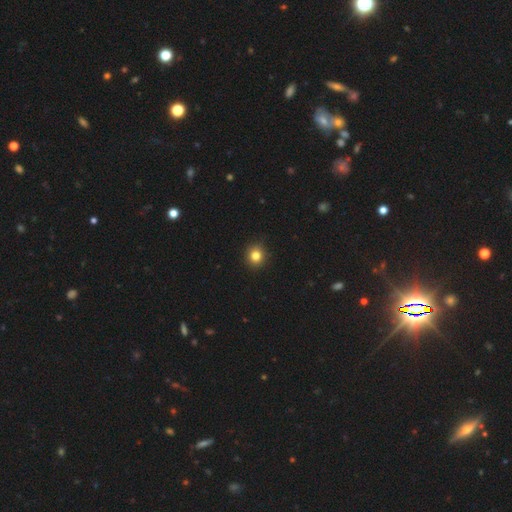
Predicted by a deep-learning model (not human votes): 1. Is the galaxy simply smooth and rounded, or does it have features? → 82% smooth, 12% star or artifact, 6% featured or disk.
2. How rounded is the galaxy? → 88% round, 11% in between, 1% cigar-shaped.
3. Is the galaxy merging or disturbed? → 91% none, 6% minor disturbance, 2% major disturbance, 1% merger.